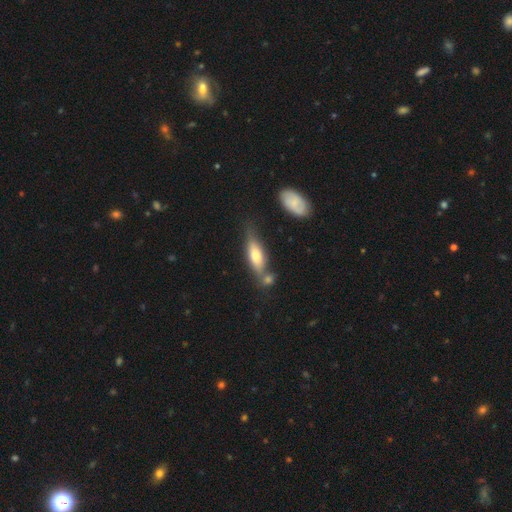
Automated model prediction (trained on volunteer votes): smooth 57%, featured or disk 36%, star or artifact 7%. Down the decision tree: how rounded — cigar-shaped (50%); merging — none (54%).